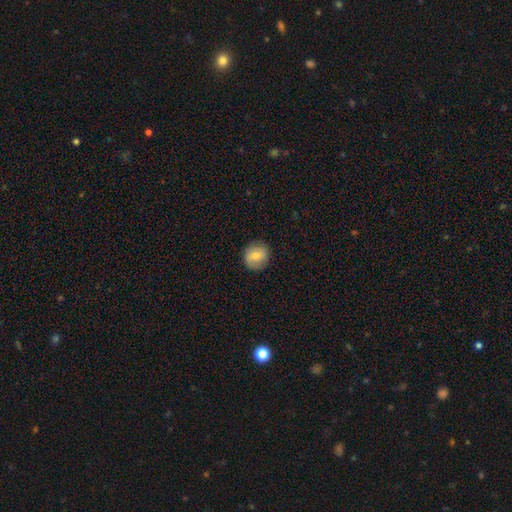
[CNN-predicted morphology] A smooth galaxy with no disk features (72%) that is round (87%).

Vote fractions:
- Smooth or featured? smooth: 72% / featured or disk: 20% / star or artifact: 8%
- How rounded? round: 87% / in between: 12% / cigar-shaped: 1%
- Merging? none: 88% / minor disturbance: 9% / major disturbance: 2% / merger: 1%